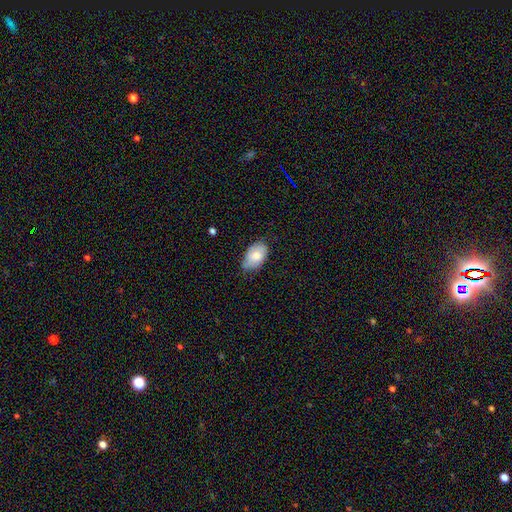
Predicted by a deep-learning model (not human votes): A smooth galaxy with no disk features (78%) that is in between round and cigar-shaped (92%).

Vote fractions:
- Smooth or featured? smooth: 78% / featured or disk: 15% / star or artifact: 6%
- How rounded? in between: 92% / round: 6% / cigar-shaped: 1%
- Merging? none: 60% / minor disturbance: 33% / major disturbance: 5% / merger: 1%